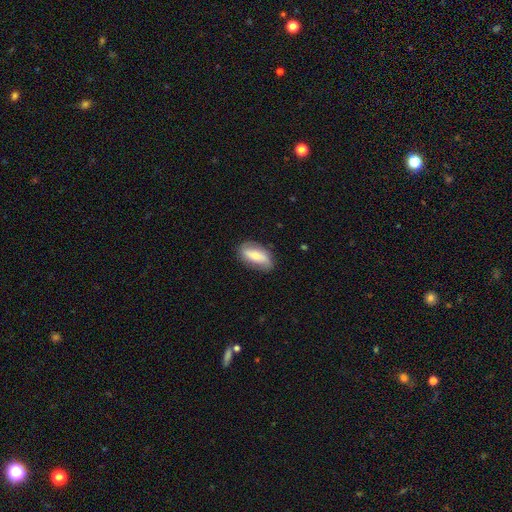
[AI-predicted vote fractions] A smooth galaxy with no disk features (50%) that is in between round and cigar-shaped (85%).

Vote fractions:
- Smooth or featured? smooth: 50% / featured or disk: 43% / star or artifact: 6%
- How rounded? in between: 85% / cigar-shaped: 11% / round: 4%
- Merging? none: 79% / minor disturbance: 16% / major disturbance: 4% / merger: 1%